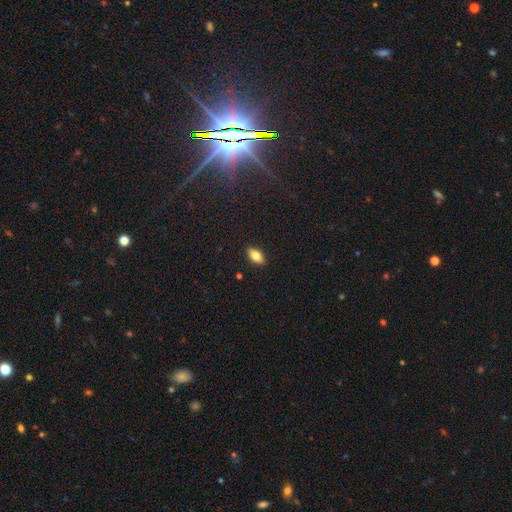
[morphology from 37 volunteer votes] Overall: smooth (70%). How rounded: in between (96%). Merging: none (97%).